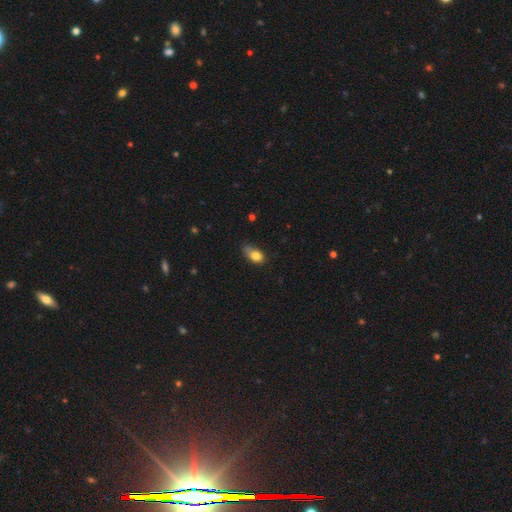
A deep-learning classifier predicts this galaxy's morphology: Overall: smooth (80%). How rounded: in between (80%). Merging: minor disturbance (41%, tied with none).